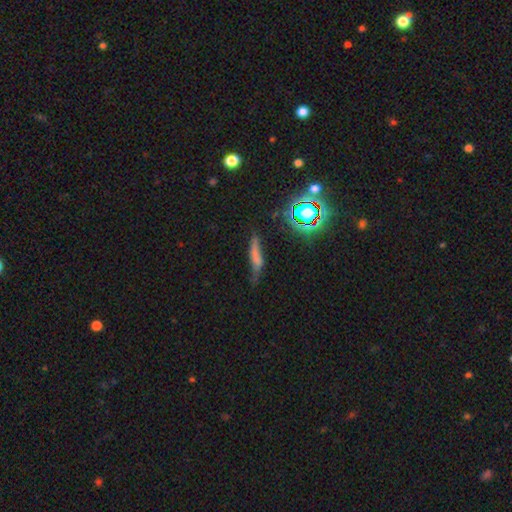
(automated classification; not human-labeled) Smooth or featured: smooth — 50% (featured or disk — 32%)
Merging: none — 46% (minor disturbance — 31%)